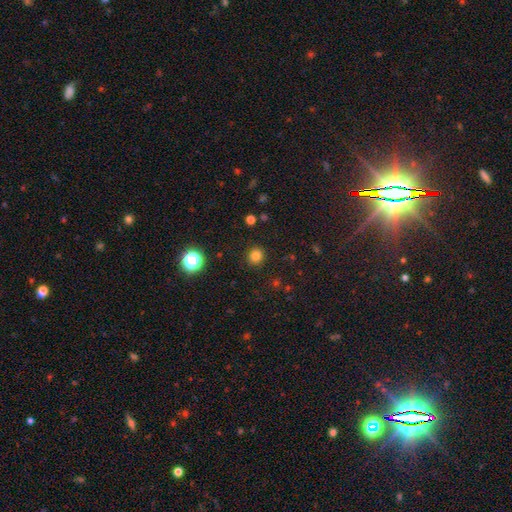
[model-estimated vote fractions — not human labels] A smooth galaxy with no disk features (80%) that is round (90%). Merging: none (91%).